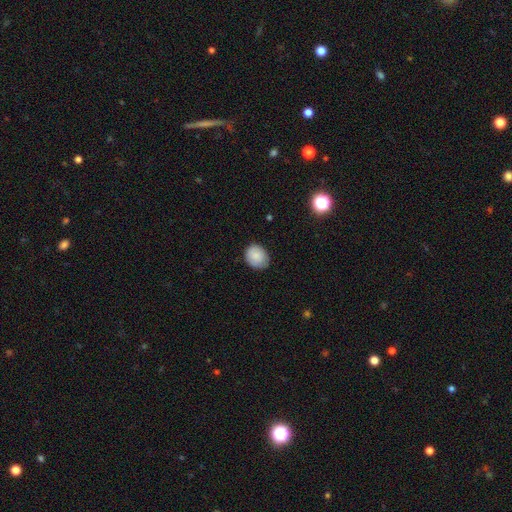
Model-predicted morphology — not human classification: This is clearly a smooth galaxy (84%). How rounded: possibly round (60%). Merging: likely none (77%).